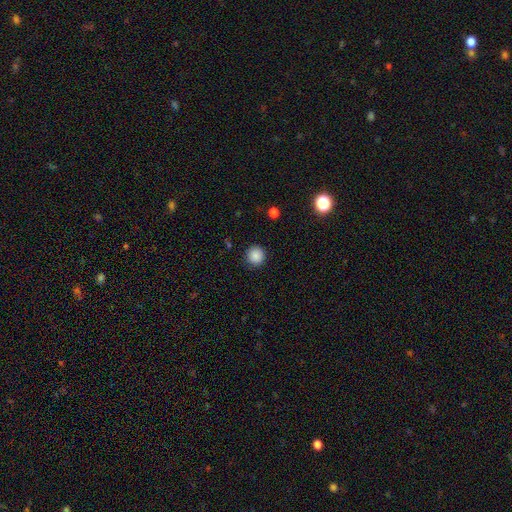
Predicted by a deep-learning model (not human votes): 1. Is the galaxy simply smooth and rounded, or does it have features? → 87% smooth, 10% star or artifact, 3% featured or disk.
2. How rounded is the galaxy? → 94% round, 5% in between, 1% cigar-shaped.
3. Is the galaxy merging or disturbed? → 90% none, 6% minor disturbance, 2% major disturbance, 1% merger.